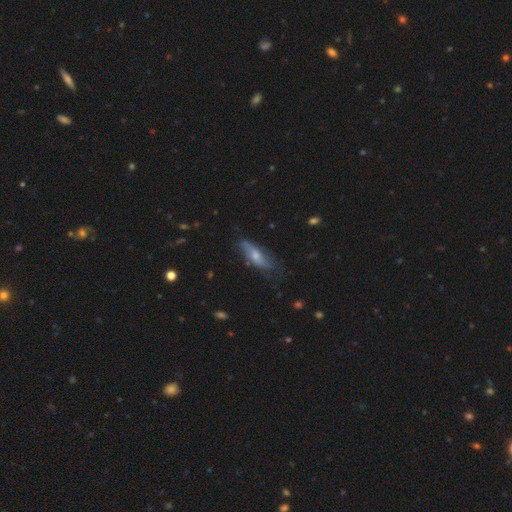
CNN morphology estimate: A featured or disk galaxy (50%). Merging: none (62%).